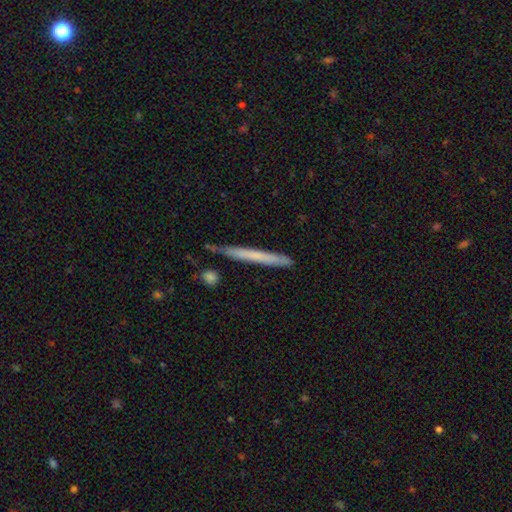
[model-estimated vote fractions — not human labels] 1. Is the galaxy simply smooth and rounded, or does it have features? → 57% smooth, 37% featured or disk, 6% star or artifact.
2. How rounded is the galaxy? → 97% cigar-shaped, 2% in between, 1% round.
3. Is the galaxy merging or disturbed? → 75% none, 18% minor disturbance, 4% major disturbance, 3% merger.